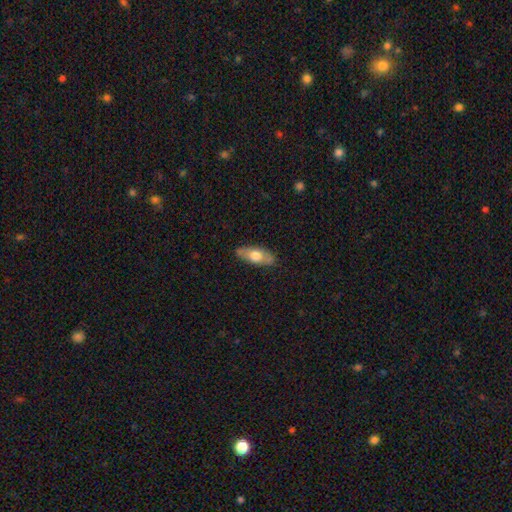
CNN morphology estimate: This is possibly a smooth galaxy (59%). How rounded: likely in between (79%). Merging: clearly none (81%).